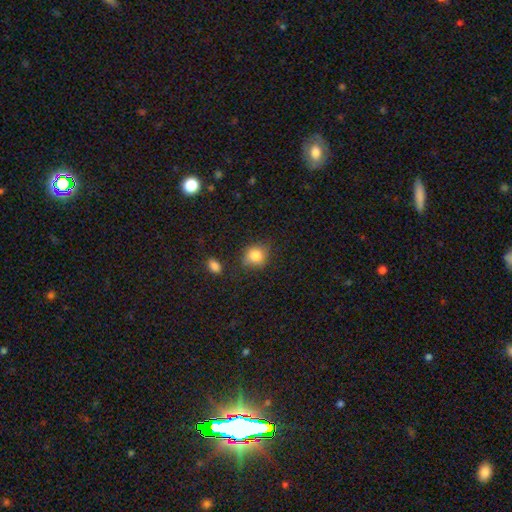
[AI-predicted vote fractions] Overall: smooth (82%). How rounded: round (68%; in between 31%). Merging: none (74%).